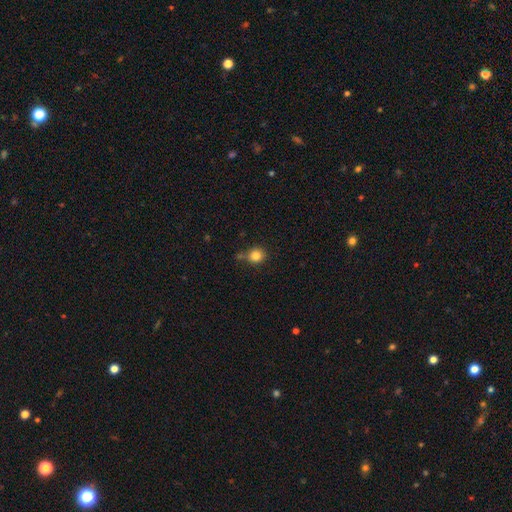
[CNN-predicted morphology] Overall: smooth (82%). How rounded: round (87%). Merging: none (70%).